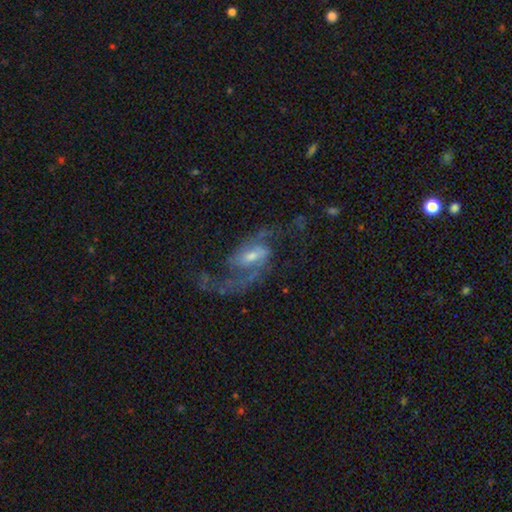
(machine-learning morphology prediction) smooth_or_featured: featured or disk (p=0.88) [alt: star or artifact p=0.07]
disk_edge_on: no (p=0.96) [alt: yes p=0.04]
bar: weak (p=0.52) [alt: strong p=0.25]
has_spiral_arms: yes (p=0.97) [alt: no p=0.03]
spiral_winding: loose (p=0.50) [alt: medium p=0.42]
spiral_arm_count: 2 (p=0.91) [alt: 1 p=0.03]
bulge_size: small (p=0.47) [alt: moderate p=0.43]
merging: none (p=0.69) [alt: major disturbance p=0.15]